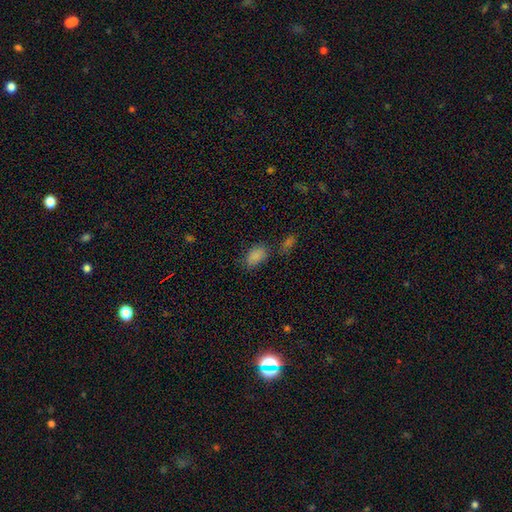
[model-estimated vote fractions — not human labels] Overall: smooth (83%). How rounded: in between (89%). Merging: none (63%).